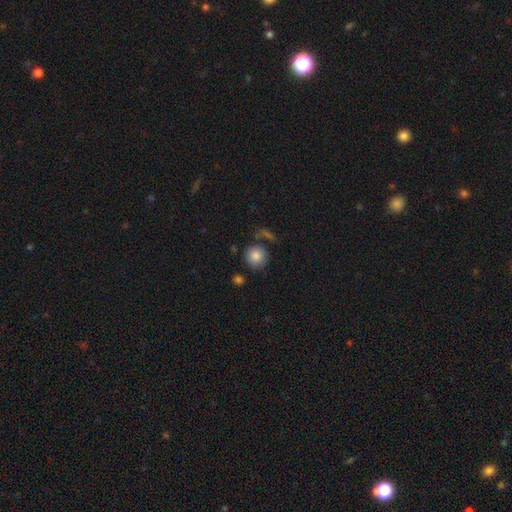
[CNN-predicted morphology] This is clearly a smooth galaxy (85%). How rounded: clearly round (92%). Merging: likely none (77%).